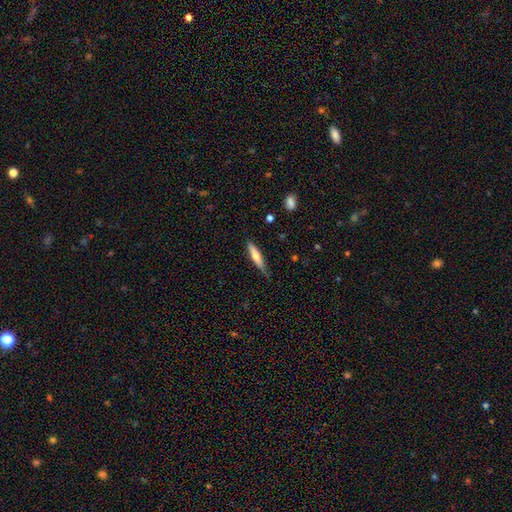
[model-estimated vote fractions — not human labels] Morphology: type=smooth (55%); roundness=cigar-shaped (84%); merging=none (73%).